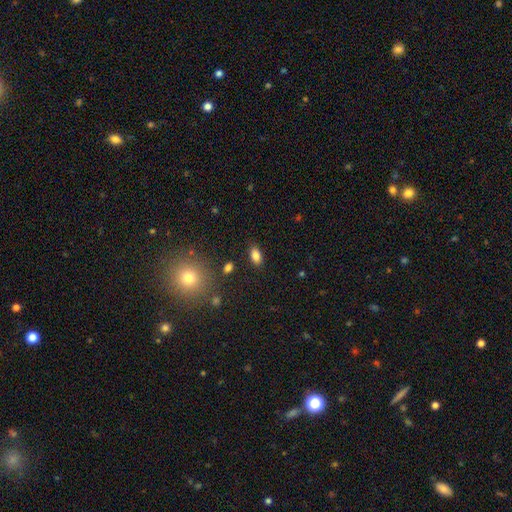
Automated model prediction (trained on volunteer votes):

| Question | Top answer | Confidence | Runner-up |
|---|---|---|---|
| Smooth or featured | smooth | 83% | star or artifact (10%) |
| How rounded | in between | 90% | round (7%) |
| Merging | none | 85% | minor disturbance (10%) |